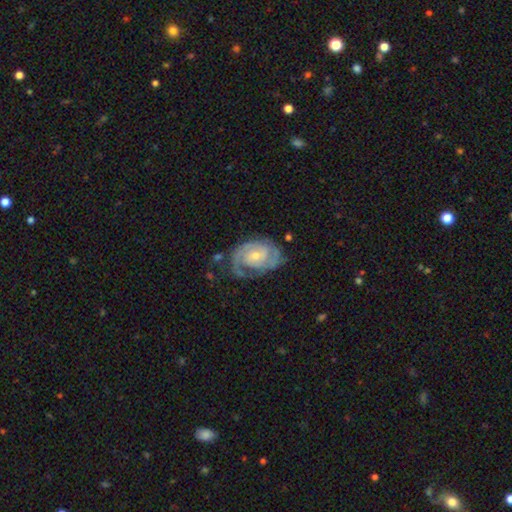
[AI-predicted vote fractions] The model was most divided on "bulge size": small: 58%, moderate: 38%, none: 2%, large: 2%, dominant: 1%. More confident: edge-on disk — no (97%); spiral arms — yes (96%); smooth or featured — featured or disk (88%); merging — none (67%); spiral arm count — 2 (63%); spiral winding — tight (62%); bar — no (56%).